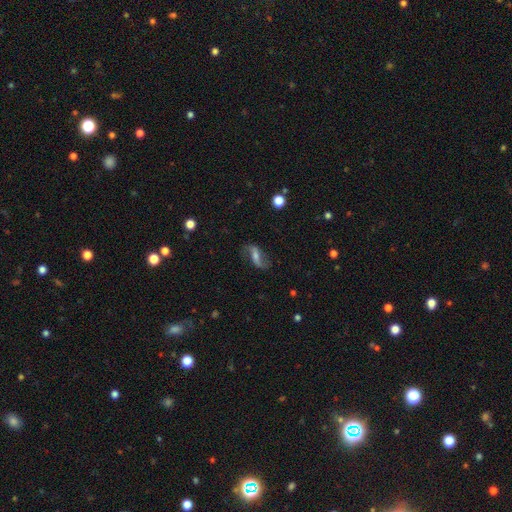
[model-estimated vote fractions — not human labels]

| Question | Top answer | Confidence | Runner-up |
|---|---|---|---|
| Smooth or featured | featured or disk | 73% | smooth (18%) |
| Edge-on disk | no | 92% | yes (8%) |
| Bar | weak | 39% | strong (38%) |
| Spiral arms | yes | 90% | no (10%) |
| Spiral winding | loose | 82% | medium (14%) |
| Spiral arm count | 2 | 91% | can't tell (3%) |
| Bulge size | small | 40% | moderate (31%) |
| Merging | none | 72% | minor disturbance (16%) |